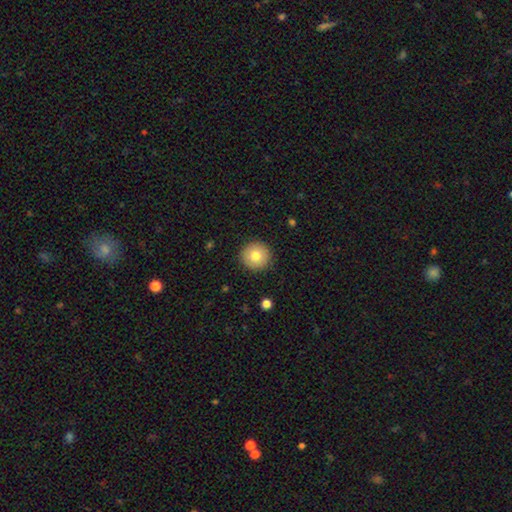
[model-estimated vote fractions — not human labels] This is likely a smooth galaxy (77%). How rounded: clearly round (95%). Merging: clearly none (91%).